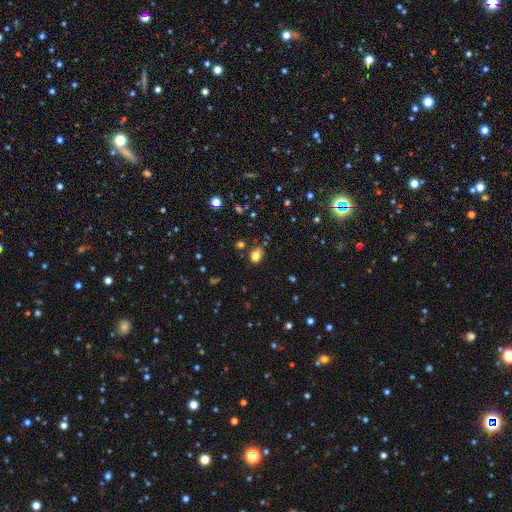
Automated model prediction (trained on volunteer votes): Smooth or featured: smooth — 79% (star or artifact — 15%)
How rounded: in between — 51% (round — 48%)
Merging: none — 78% (minor disturbance — 14%)